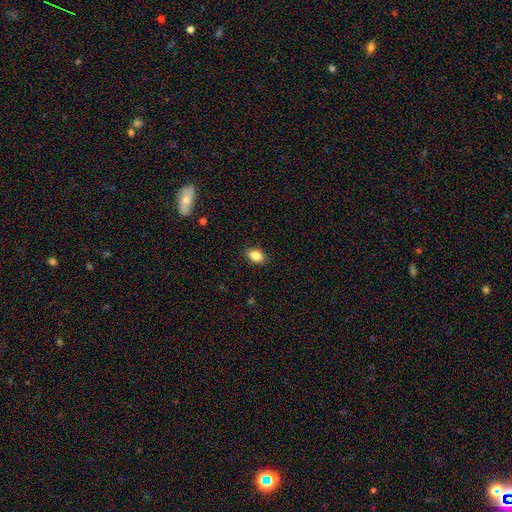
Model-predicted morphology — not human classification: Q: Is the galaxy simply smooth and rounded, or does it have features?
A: smooth — 86%.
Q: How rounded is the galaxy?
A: in between — 85%.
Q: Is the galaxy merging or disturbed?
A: none — 89%.